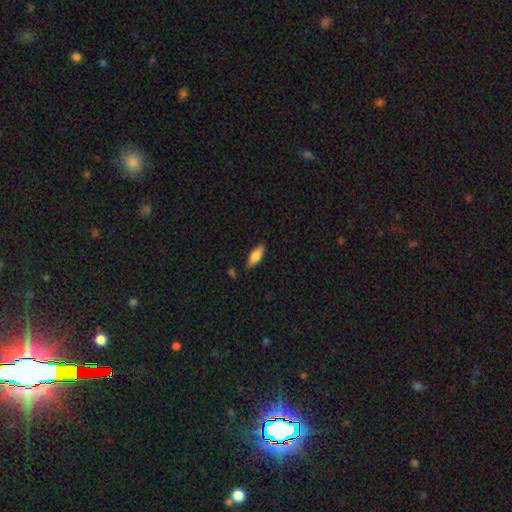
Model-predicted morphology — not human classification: smooth 72%, featured or disk 21%, star or artifact 6%. Down the decision tree: how rounded — in between (63%); merging — none (82%).